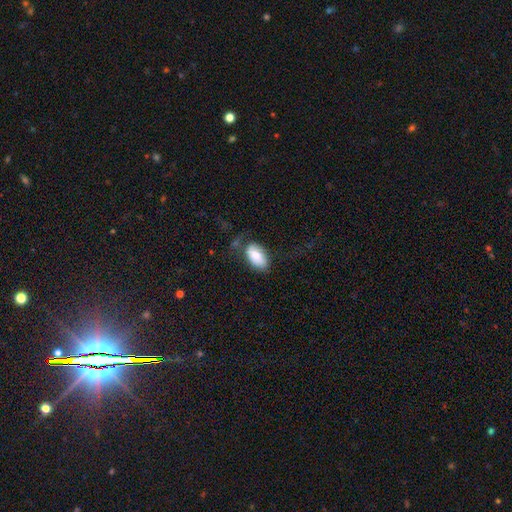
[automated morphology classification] type=smooth (77%); roundness=in between (95%); merging=none (54%).